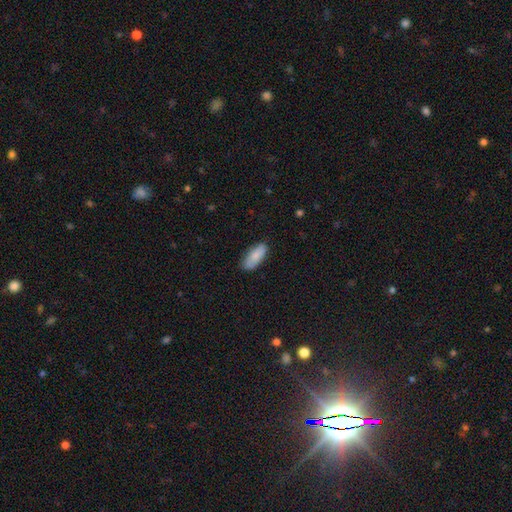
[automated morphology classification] Overall: smooth (85%). How rounded: in between (80%). Merging: none (81%).